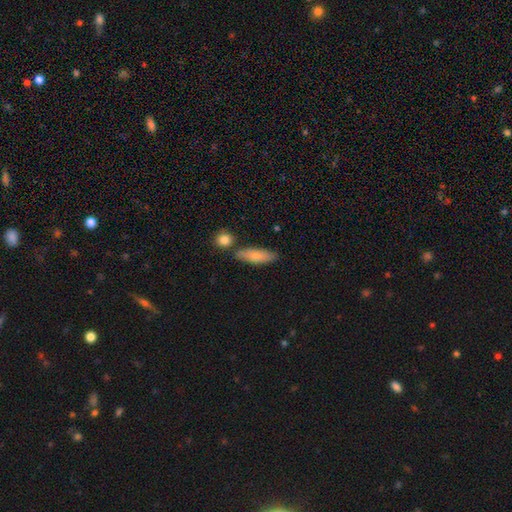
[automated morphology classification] Smooth or featured?
  - smooth: 77% *
  - featured or disk: 16%
  - star or artifact: 6%
How rounded?
  - in between: 51% *
  - cigar-shaped: 46%
  - round: 3%
Merging?
  - none: 74% *
  - minor disturbance: 14%
  - merger: 9%
  - major disturbance: 3%